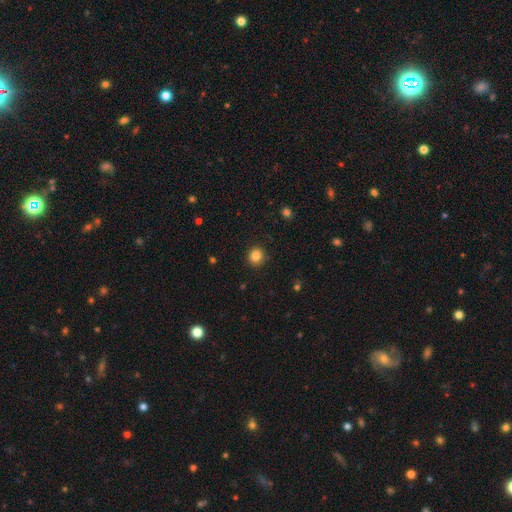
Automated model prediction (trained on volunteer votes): Morphology: type=smooth (84%); roundness=round (89%); merging=none (91%).